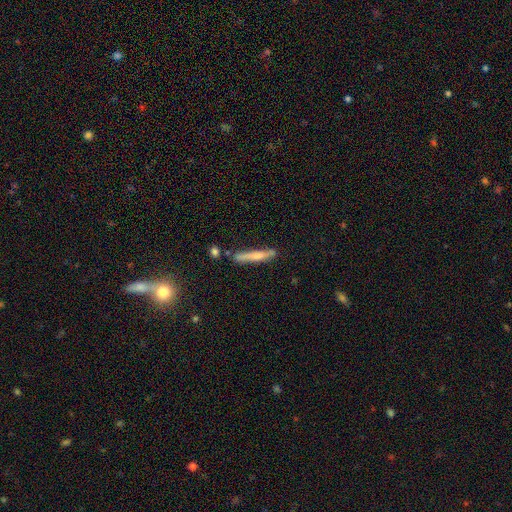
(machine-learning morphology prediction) smooth-or-featured: smooth: 52% | featured or disk: 42% | star or artifact: 7%
  how-rounded: cigar-shaped: 94% | in between: 4% | round: 2%
  merging: none: 80% | minor disturbance: 13% | merger: 5% | major disturbance: 3%